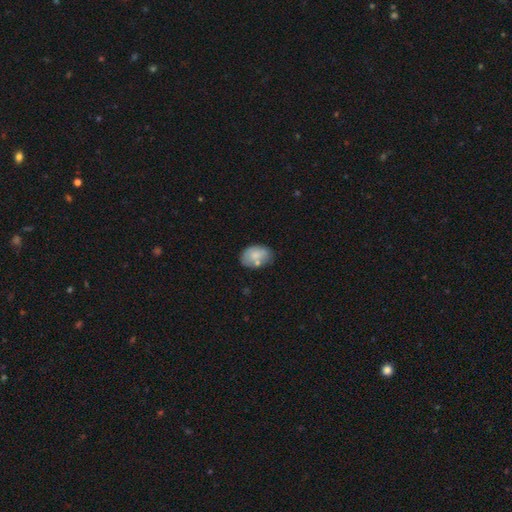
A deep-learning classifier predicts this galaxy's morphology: Smooth or featured?
  - smooth: 73% *
  - featured or disk: 20%
  - star or artifact: 7%
How rounded?
  - in between: 83% *
  - round: 16%
  - cigar-shaped: 1%
Merging?
  - none: 60% *
  - minor disturbance: 23%
  - merger: 11%
  - major disturbance: 6%